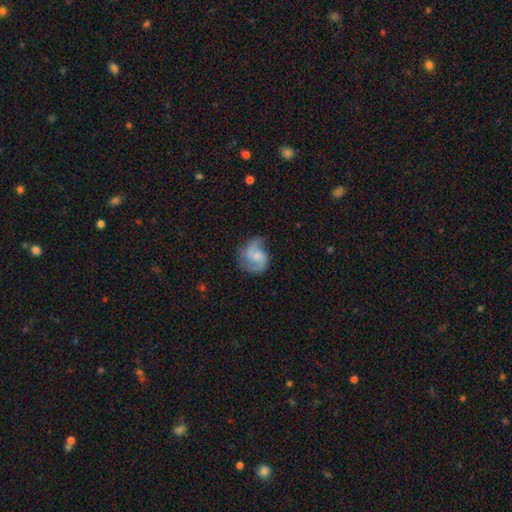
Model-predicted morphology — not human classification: Smooth or featured? featured or disk (77%)
Edge-on disk? no (98%)
Bar? no (60%)
Spiral arms? yes (95%)
Spiral winding? medium (51%)
Spiral arm count? 2 (82%)
Bulge size? small (55%)
Merging? none (61%)